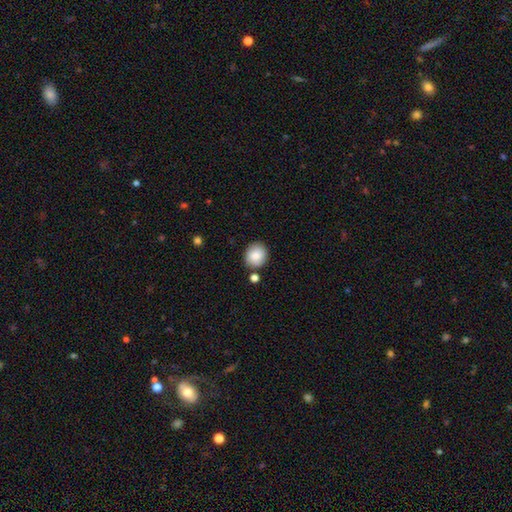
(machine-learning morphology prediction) smooth 86%, star or artifact 8%, featured or disk 6%. Down the decision tree: how rounded — round (79%); merging — none (82%).